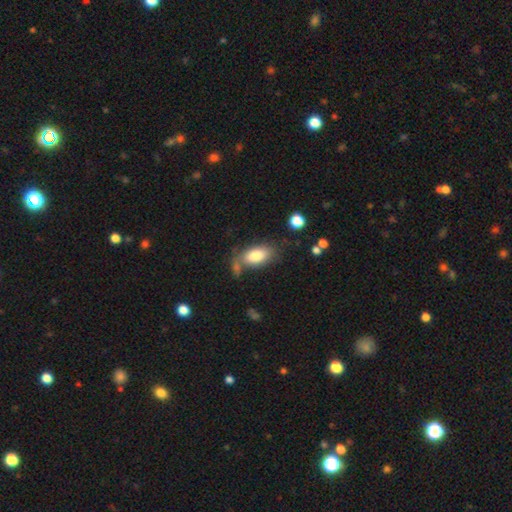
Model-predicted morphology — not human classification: Smooth or featured?
  - smooth: 80% *
  - featured or disk: 13%
  - star or artifact: 7%
How rounded?
  - in between: 92% *
  - round: 4%
  - cigar-shaped: 4%
Merging?
  - none: 56% *
  - minor disturbance: 20%
  - merger: 15%
  - major disturbance: 10%